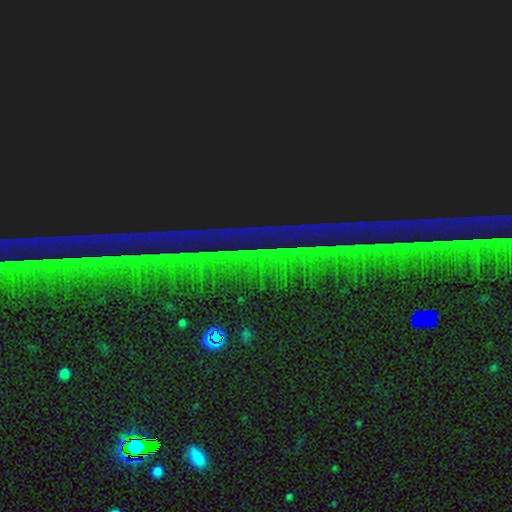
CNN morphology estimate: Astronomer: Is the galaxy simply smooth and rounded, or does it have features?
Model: star or artifact — 89%.